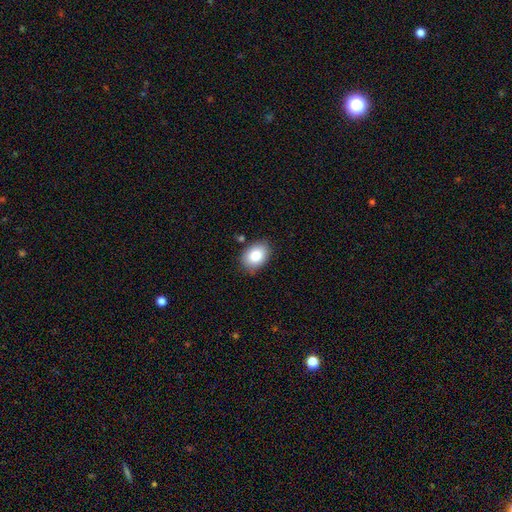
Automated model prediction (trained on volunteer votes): Smooth or featured?
  - smooth: 84% *
  - featured or disk: 8%
  - star or artifact: 8%
How rounded?
  - in between: 79% *
  - round: 20%
  - cigar-shaped: 1%
Merging?
  - none: 82% *
  - minor disturbance: 13%
  - major disturbance: 3%
  - merger: 2%